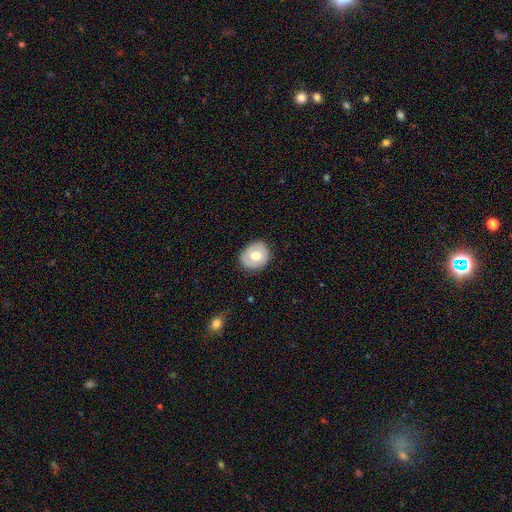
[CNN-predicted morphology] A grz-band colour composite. It shows a smooth galaxy with no disk features (63%) that is round (69%). Merging: none (82%).